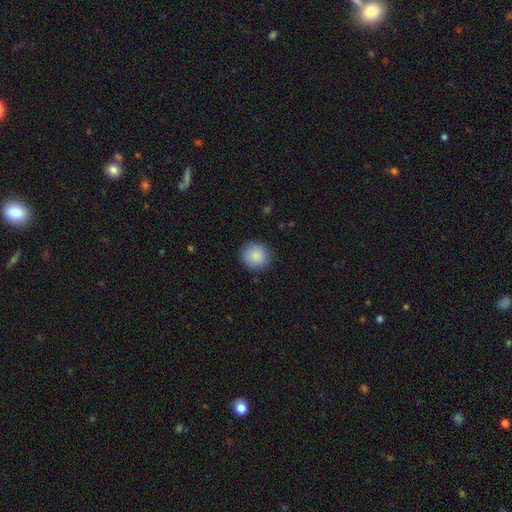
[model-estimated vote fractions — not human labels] Q: Smooth or featured?
A: smooth (88%); runner-up: star or artifact (8%)
Q: How rounded?
A: round (89%); runner-up: in between (10%)
Q: Merging?
A: none (87%); runner-up: minor disturbance (9%)